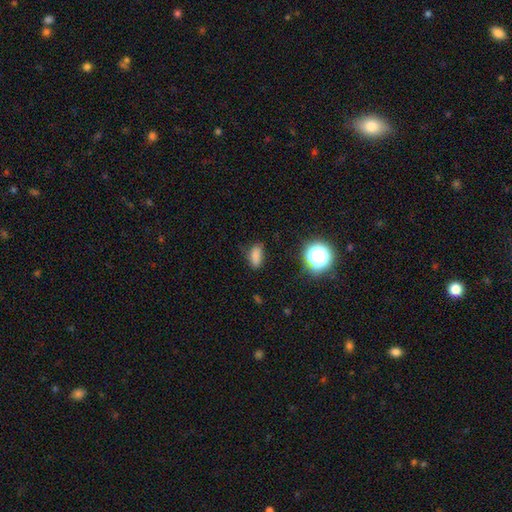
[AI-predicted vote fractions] The model was most divided on "merging": none: 74%, minor disturbance: 19%, major disturbance: 5%, merger: 2%. More confident: how rounded — in between (85%); smooth or featured — smooth (79%).